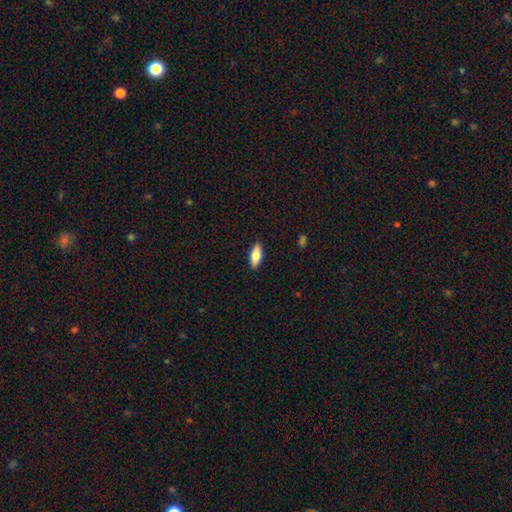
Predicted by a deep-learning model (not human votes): A smooth galaxy with no disk features (77%) that is in between round and cigar-shaped (74%).

Vote fractions:
- Smooth or featured? smooth: 77% / featured or disk: 17% / star or artifact: 6%
- How rounded? in between: 74% / cigar-shaped: 24% / round: 2%
- Merging? none: 89% / minor disturbance: 8% / major disturbance: 2% / merger: 1%